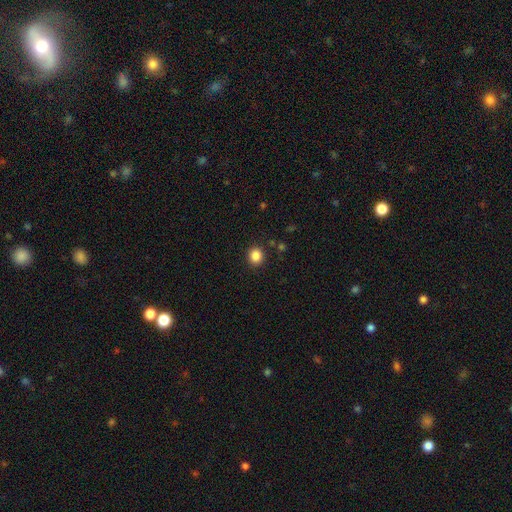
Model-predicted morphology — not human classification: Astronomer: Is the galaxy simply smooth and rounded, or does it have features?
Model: smooth — 86%.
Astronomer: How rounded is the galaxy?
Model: round — 85%.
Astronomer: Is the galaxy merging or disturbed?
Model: none — 90%.